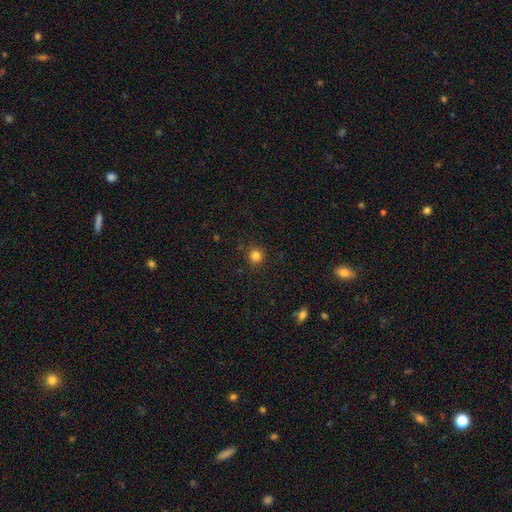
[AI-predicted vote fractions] A smooth galaxy with no disk features (82%) that is round (94%). Merging: none (90%).